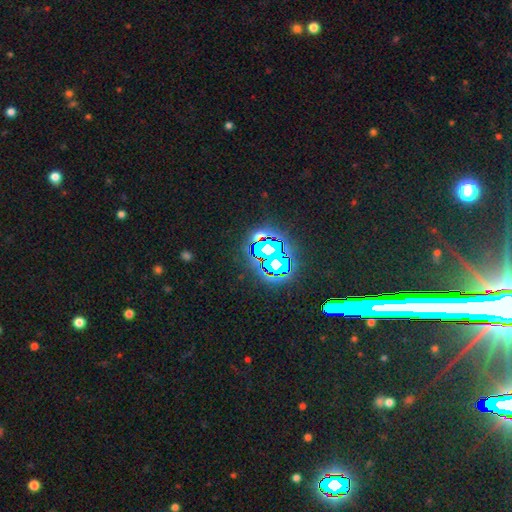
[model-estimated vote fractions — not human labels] Smooth or featured?
  - star or artifact: 80% *
  - smooth: 11%
  - featured or disk: 9%